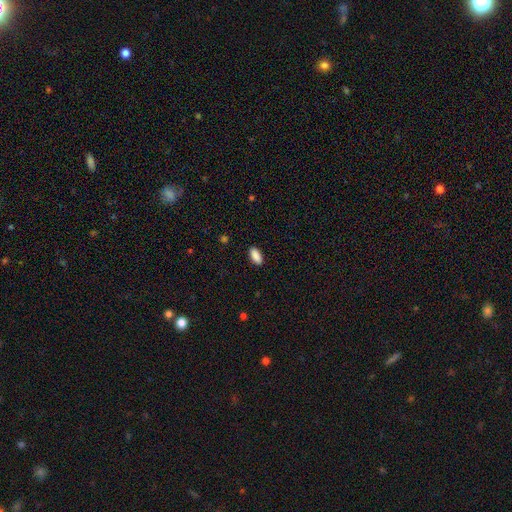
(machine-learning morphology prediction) Overall: smooth (90%). How rounded: in between (89%). Merging: none (89%).